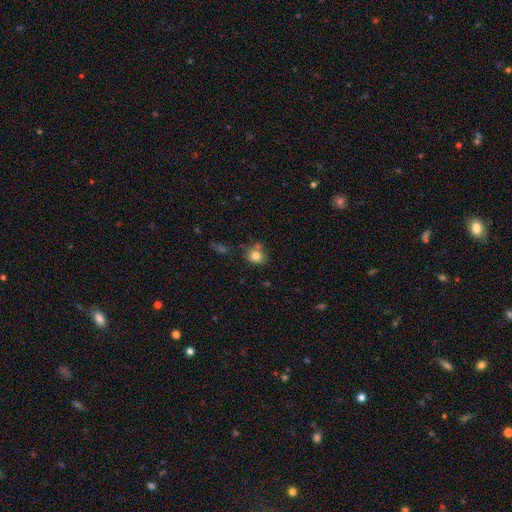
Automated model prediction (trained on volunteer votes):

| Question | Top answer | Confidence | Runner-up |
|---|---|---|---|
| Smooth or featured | smooth | 80% | star or artifact (10%) |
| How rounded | round | 73% | in between (26%) |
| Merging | none | 65% | minor disturbance (17%) |